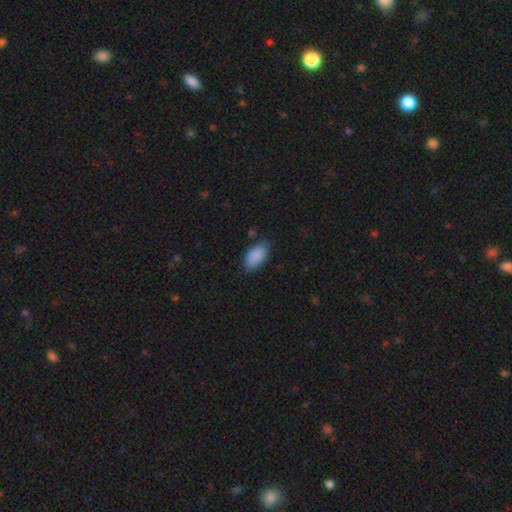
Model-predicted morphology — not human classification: Q: Smooth or featured?
A: smooth (89%); runner-up: star or artifact (7%)
Q: How rounded?
A: in between (93%); runner-up: cigar-shaped (4%)
Q: Merging?
A: none (79%); runner-up: minor disturbance (16%)